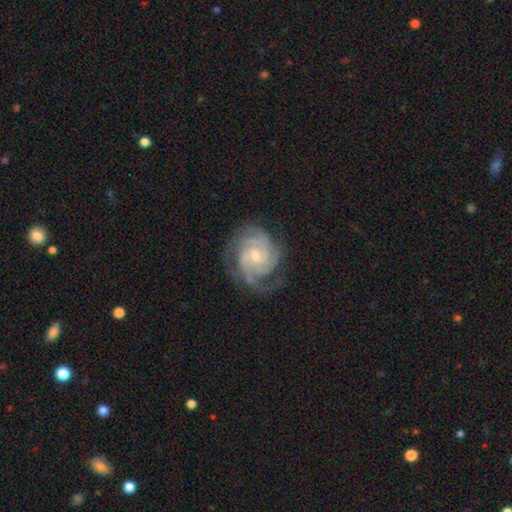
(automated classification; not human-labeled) A featured or disk galaxy (91%) with no bar (61%), 3 (41%) tight (70%) spiral arms (98%) and a small central bulge (58%). Merging: none (73%).